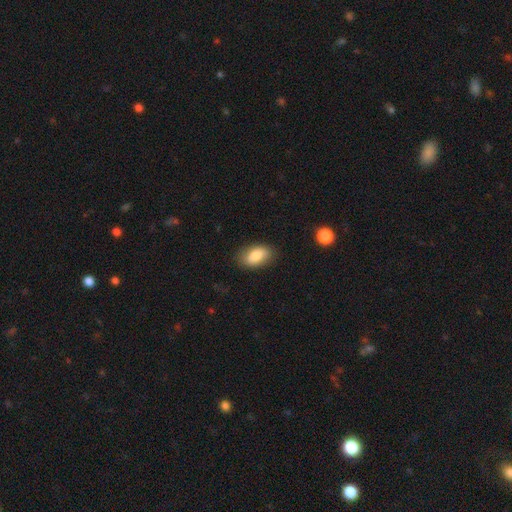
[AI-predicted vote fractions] A smooth galaxy with no disk features (82%) that is in between round and cigar-shaped (91%). Merging: none (82%).